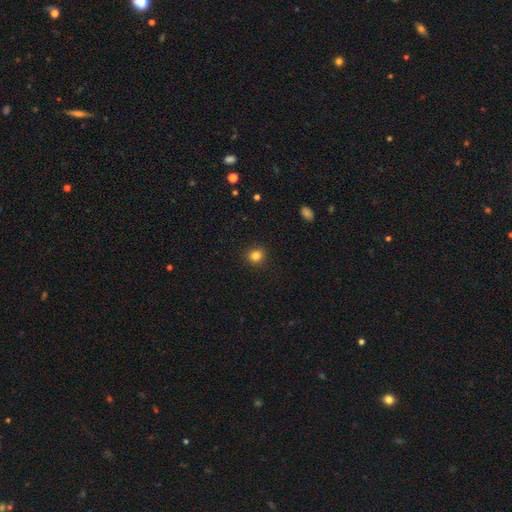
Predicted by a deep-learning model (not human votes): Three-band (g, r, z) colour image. It shows a smooth galaxy with no disk features (83%) that is round (87%). Merging: none (91%).